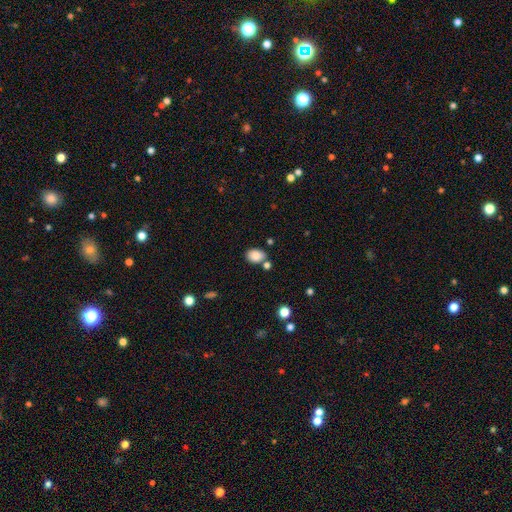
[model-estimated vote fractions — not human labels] Smooth or featured: smooth — 86% (star or artifact — 9%)
How rounded: in between — 72% (round — 27%)
Merging: none — 71% (minor disturbance — 13%)